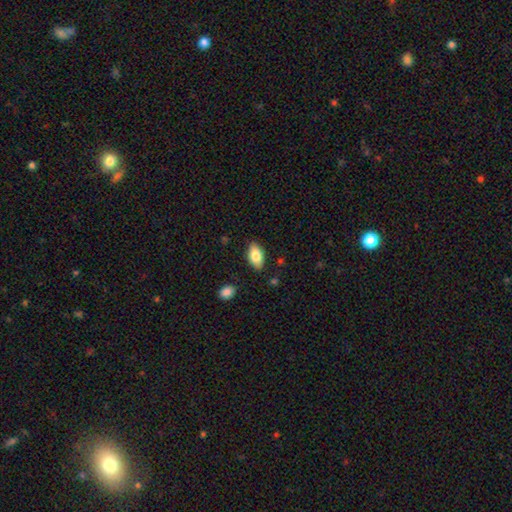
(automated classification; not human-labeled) Smooth or featured: smooth — 83% (featured or disk — 10%)
How rounded: in between — 93% (round — 4%)
Merging: none — 85% (minor disturbance — 11%)